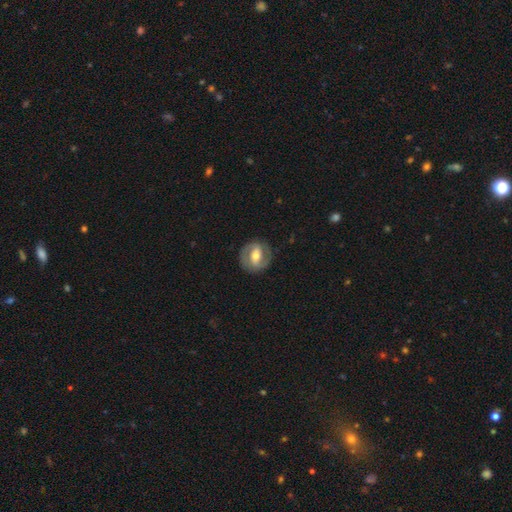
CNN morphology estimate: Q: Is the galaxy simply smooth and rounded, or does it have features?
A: featured or disk — 73%.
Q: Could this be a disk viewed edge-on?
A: no — 96%.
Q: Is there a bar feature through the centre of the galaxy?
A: strong — 47%.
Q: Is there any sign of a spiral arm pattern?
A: yes — 76%.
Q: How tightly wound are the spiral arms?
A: tight — 44%.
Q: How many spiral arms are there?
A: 2 — 86%.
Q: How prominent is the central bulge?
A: moderate — 69%.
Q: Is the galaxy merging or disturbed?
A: none — 84%.